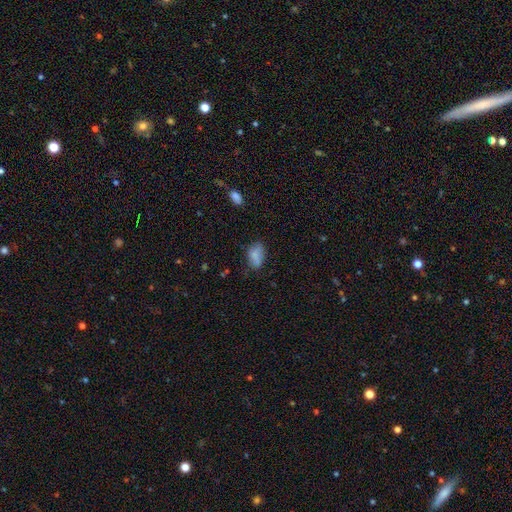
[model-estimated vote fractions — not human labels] smooth 78%, featured or disk 12%, star or artifact 10%. Down the decision tree: how rounded — in between (89%); merging — none (57%).